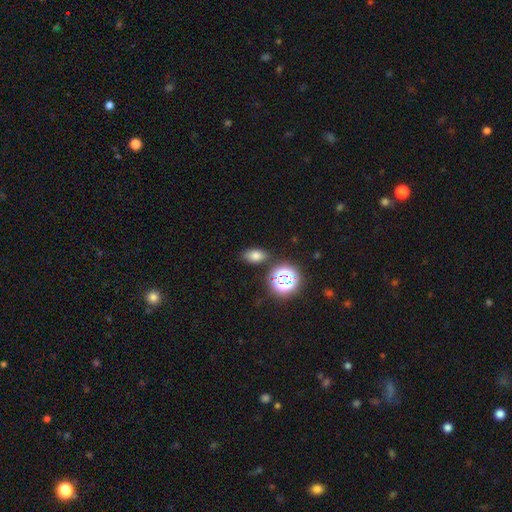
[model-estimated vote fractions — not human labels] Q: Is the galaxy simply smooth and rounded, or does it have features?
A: smooth — 71%.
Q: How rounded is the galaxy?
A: in between — 84%.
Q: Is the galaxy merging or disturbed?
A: none — 83%.